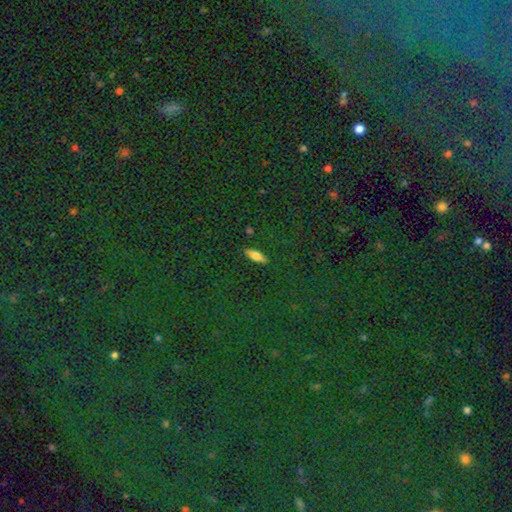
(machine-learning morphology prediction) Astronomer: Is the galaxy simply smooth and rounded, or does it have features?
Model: smooth — 70%.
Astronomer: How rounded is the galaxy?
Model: in between — 62%.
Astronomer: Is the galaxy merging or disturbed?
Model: none — 90%.